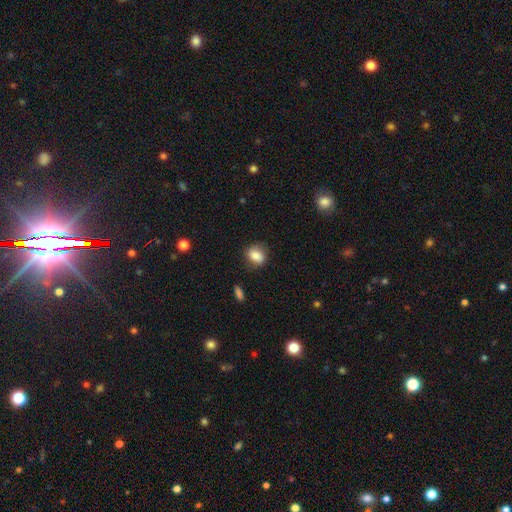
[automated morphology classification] The model was most divided on "how rounded": in between: 57%, round: 41%, cigar-shaped: 2%. More confident: smooth or featured — smooth (79%); merging — none (74%).